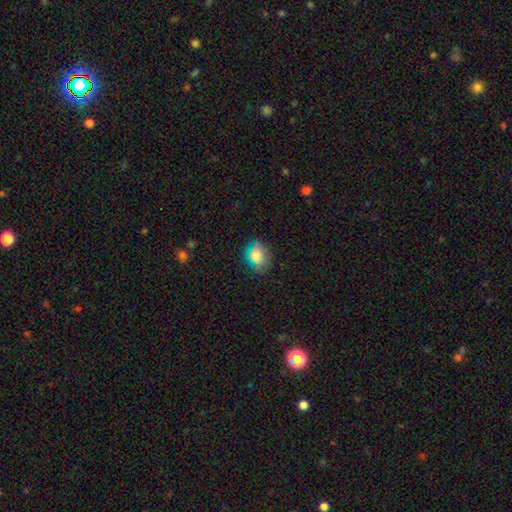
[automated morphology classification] A smooth galaxy with no disk features (75%) that is round (51%).

Vote fractions:
- Smooth or featured? smooth: 75% / star or artifact: 14% / featured or disk: 11%
- How rounded? round: 51% / in between: 47% / cigar-shaped: 2%
- Merging? none: 69% / minor disturbance: 22% / major disturbance: 7% / merger: 2%